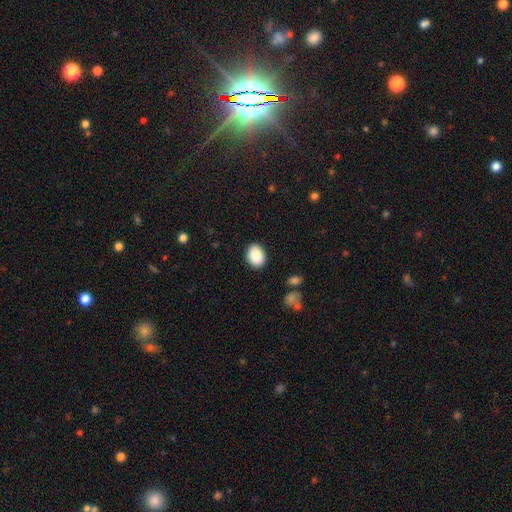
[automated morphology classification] smooth_or_featured: smooth (p=0.89) [alt: star or artifact p=0.07]
how_rounded: in between (p=0.71) [alt: round p=0.28]
merging: none (p=0.89) [alt: minor disturbance p=0.08]